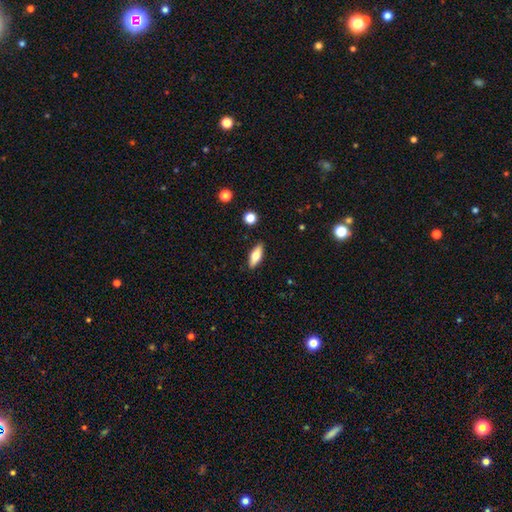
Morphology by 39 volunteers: Overall: smooth (62%; featured or disk 36%). How rounded: cigar-shaped (58%; in between 42%). Merging: none (92%).